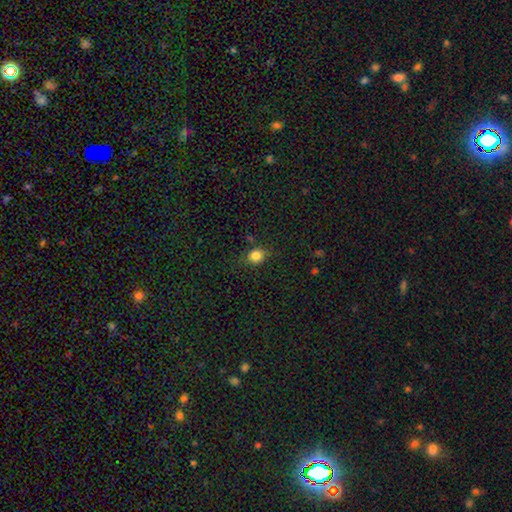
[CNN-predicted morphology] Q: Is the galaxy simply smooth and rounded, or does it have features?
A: smooth — 82%.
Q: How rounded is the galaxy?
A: round — 73%.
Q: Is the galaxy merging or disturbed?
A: none — 79%.